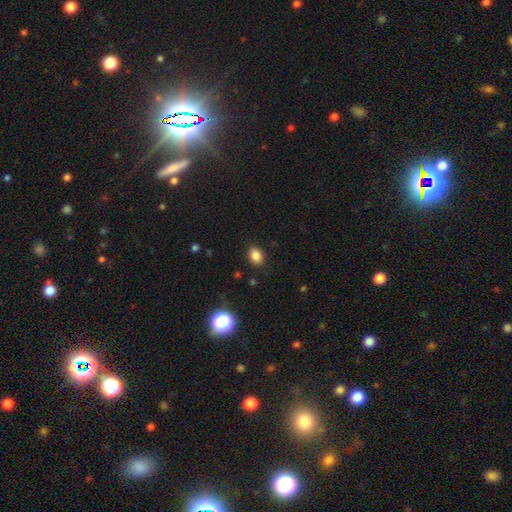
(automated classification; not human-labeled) Morphology: type=smooth (84%); roundness=in between (65%); merging=none (88%).